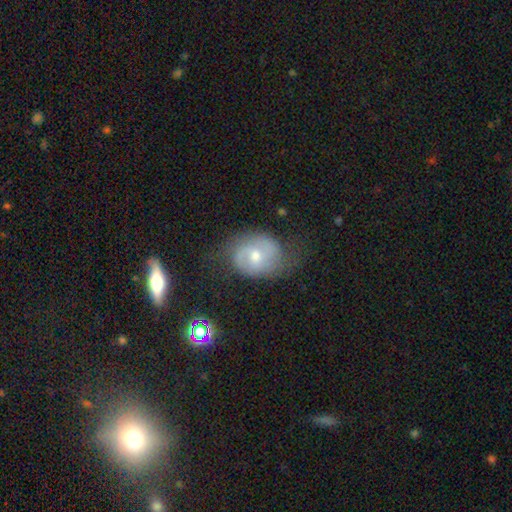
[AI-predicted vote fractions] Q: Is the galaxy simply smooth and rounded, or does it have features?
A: featured or disk — 65%.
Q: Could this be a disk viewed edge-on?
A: no — 96%.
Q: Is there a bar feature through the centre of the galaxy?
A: no — 55%.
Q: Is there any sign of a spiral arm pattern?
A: yes — 84%.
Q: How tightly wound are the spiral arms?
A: medium — 43%.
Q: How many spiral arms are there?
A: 2 — 71%.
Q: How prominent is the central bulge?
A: moderate — 56%.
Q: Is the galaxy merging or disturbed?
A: none — 57%.